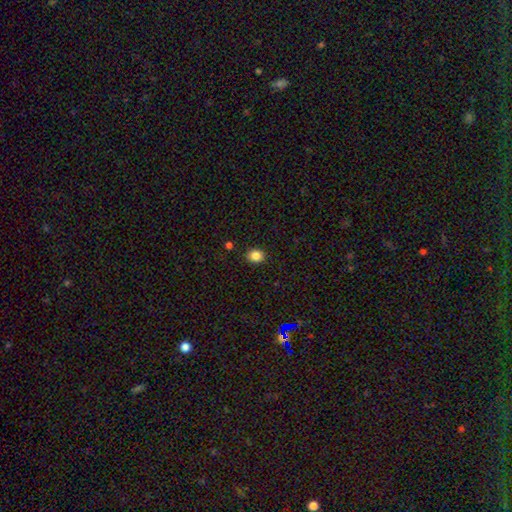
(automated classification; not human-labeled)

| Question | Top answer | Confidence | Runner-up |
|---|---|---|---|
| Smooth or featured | smooth | 85% | star or artifact (11%) |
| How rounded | round | 61% | in between (38%) |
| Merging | none | 89% | minor disturbance (7%) |